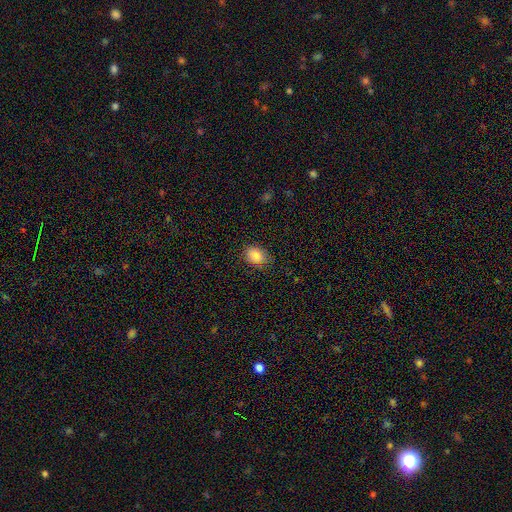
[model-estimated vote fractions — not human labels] This appears to be a smooth galaxy with no disk features (85%) that is in between round and cigar-shaped (65%). Merging: none (82%).